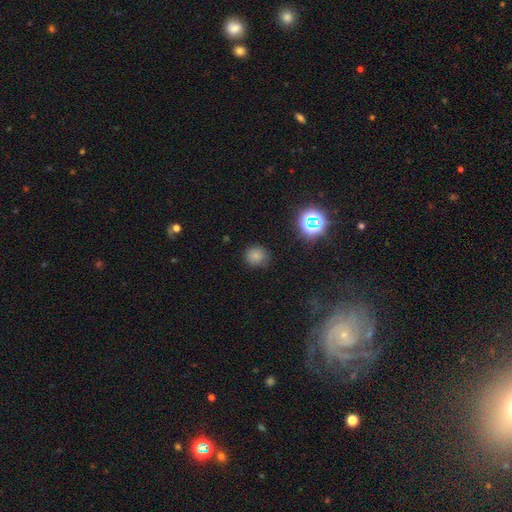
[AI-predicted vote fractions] A smooth galaxy with no disk features (75%) that is round (88%). Merging: none (82%).